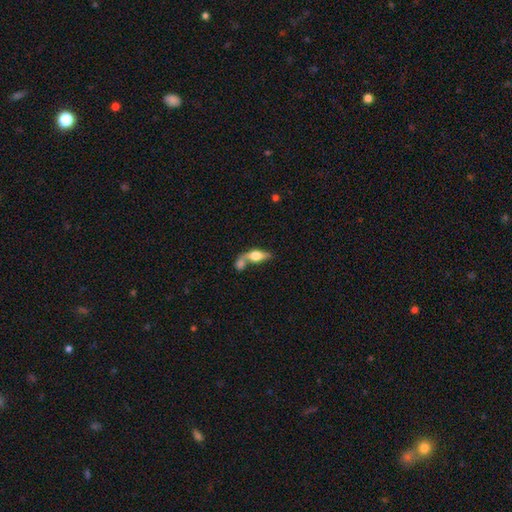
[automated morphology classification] smooth 56%, featured or disk 37%, star or artifact 7%. Down the decision tree: how rounded — in between (66%); merging — merger (57%).